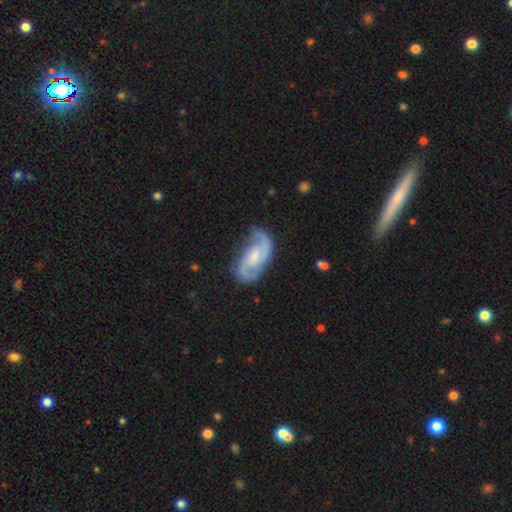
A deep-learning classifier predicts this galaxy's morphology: This is clearly a featured or disk galaxy (88%). It is clearly not viewed edge-on (97%). Bar: possibly weak (50%). Spiral arm pattern: clearly yes (97%). Spiral arm count: clearly 2 (91%). Spiral winding: possibly medium (53%). Central bulge: marginally small (44%). Merging: likely none (74%).